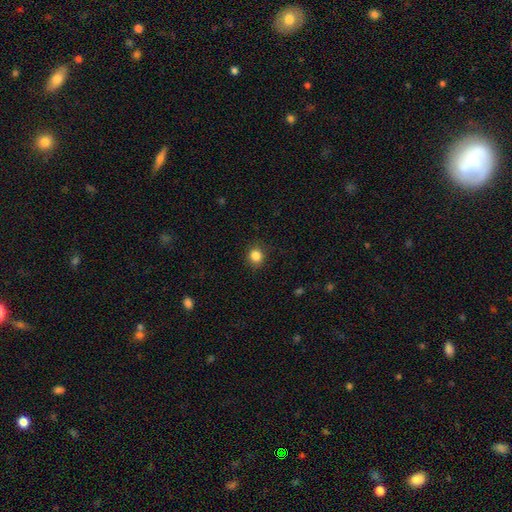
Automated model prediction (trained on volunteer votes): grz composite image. It shows a smooth galaxy with no disk features (85%) that is round (86%). Merging: none (87%).